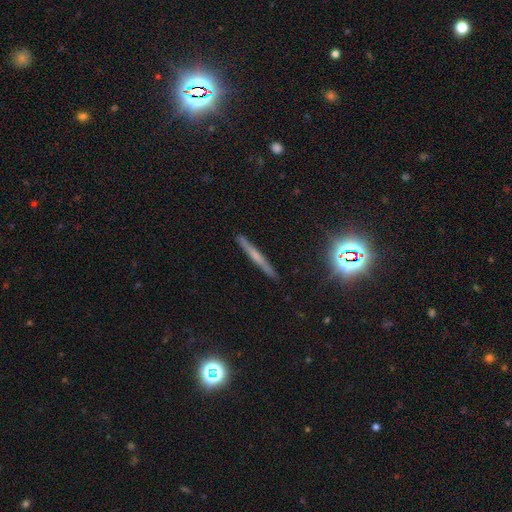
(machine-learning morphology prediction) Smooth or featured: featured or disk — 48% (smooth — 38%)
Merging: none — 90% (minor disturbance — 7%)